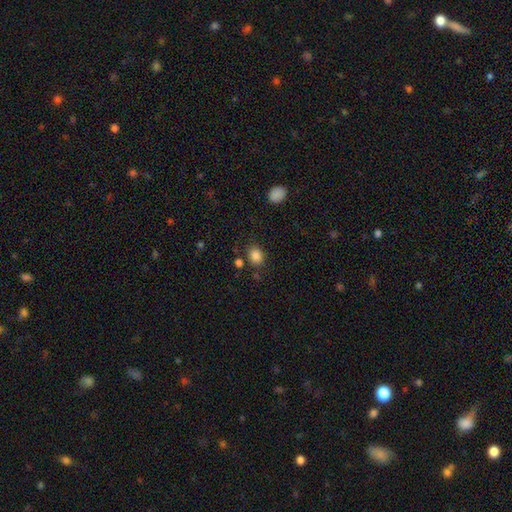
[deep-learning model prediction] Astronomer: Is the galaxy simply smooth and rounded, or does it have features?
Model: smooth — 85%.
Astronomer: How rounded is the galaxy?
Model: round — 57% (runner-up: in between, 42%).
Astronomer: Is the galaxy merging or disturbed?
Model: none — 80%.